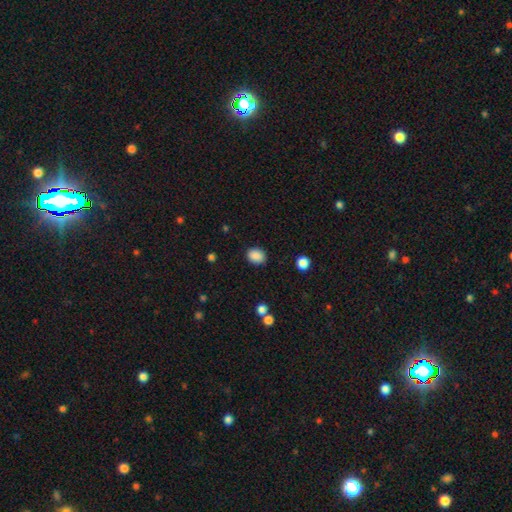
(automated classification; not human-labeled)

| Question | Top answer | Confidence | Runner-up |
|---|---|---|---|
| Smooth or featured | smooth | 88% | star or artifact (9%) |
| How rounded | in between | 54% | round (45%) |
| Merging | none | 86% | minor disturbance (10%) |